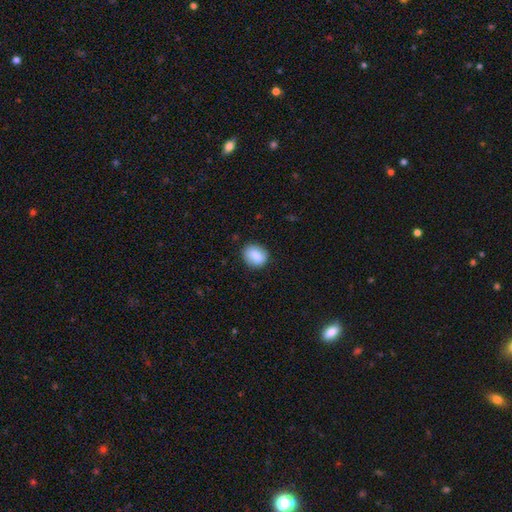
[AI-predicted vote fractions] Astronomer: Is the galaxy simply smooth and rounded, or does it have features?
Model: smooth — 85%.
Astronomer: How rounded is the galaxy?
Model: round — 55% (runner-up: in between, 44%).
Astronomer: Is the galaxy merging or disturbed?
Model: none — 80%.